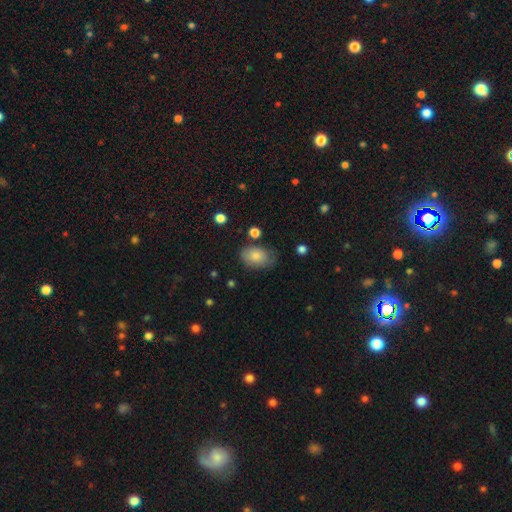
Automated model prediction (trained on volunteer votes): smooth 81%, featured or disk 11%, star or artifact 8%. Down the decision tree: how rounded — in between (83%); merging — none (65%).